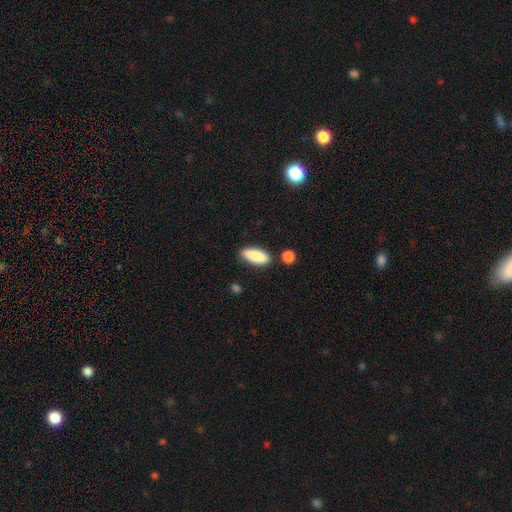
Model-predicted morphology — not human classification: smooth-or-featured: smooth: 87% | featured or disk: 7% | star or artifact: 6%
  how-rounded: in between: 66% | cigar-shaped: 32% | round: 2%
  merging: none: 80% | minor disturbance: 12% | merger: 5% | major disturbance: 3%